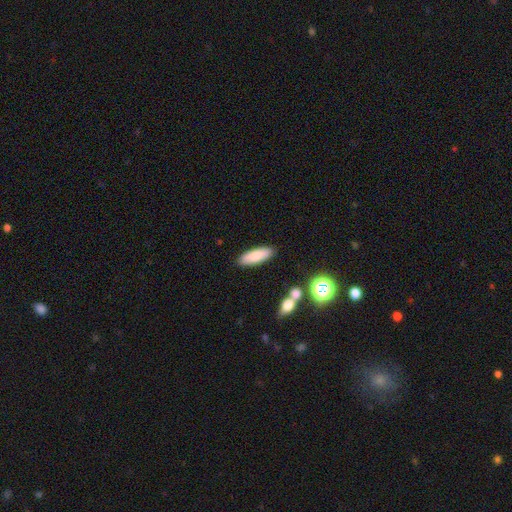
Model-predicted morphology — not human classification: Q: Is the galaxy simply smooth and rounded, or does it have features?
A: smooth — 83%.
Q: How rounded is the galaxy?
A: in between — 54%.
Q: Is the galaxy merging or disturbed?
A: none — 88%.